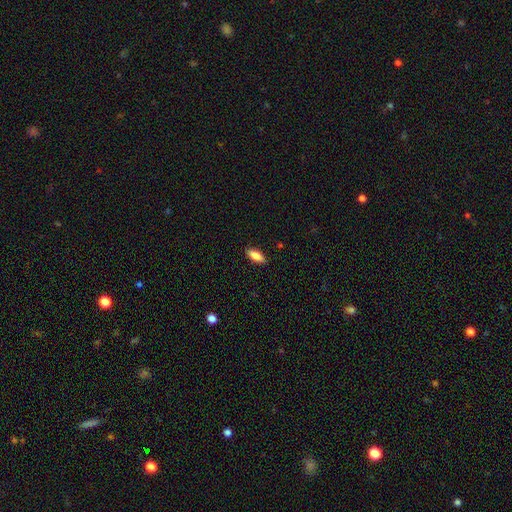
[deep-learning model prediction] Q: Smooth or featured?
A: smooth (84%); runner-up: featured or disk (10%)
Q: How rounded?
A: in between (78%); runner-up: cigar-shaped (20%)
Q: Merging?
A: none (88%); runner-up: minor disturbance (9%)